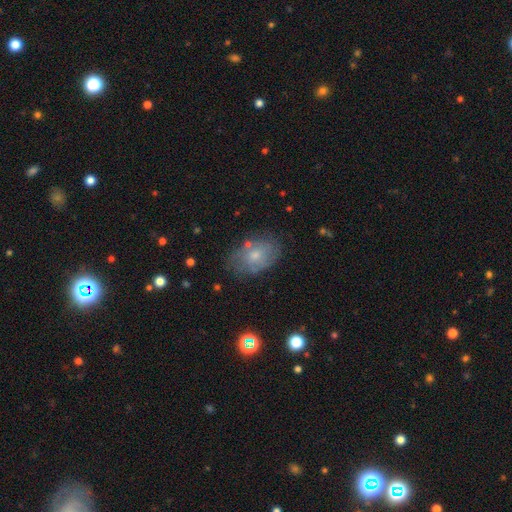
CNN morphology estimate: Smooth or featured? Predicted: smooth (p=0.51). How rounded? Predicted: in between (p=0.84). Merging? Predicted: none (p=0.69).